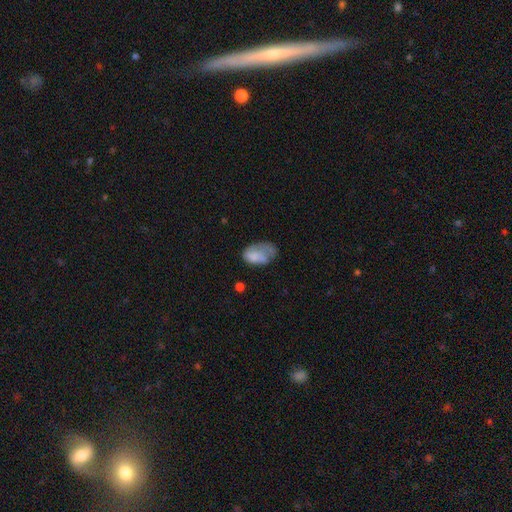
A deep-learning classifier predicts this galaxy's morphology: smooth-or-featured: smooth: 68% | featured or disk: 24% | star or artifact: 8%
  how-rounded: in between: 91% | round: 7% | cigar-shaped: 2%
  merging: minor disturbance: 34% | none: 32% | major disturbance: 30% | merger: 5%